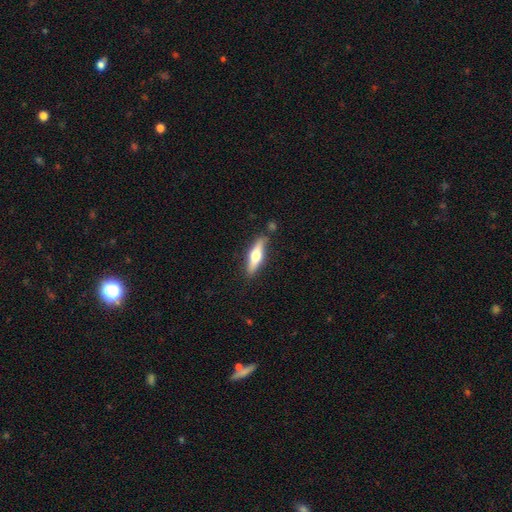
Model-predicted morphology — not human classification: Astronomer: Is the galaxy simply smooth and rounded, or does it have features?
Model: featured or disk — 49% (runner-up: smooth, 46%).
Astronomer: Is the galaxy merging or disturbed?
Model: none — 82%.